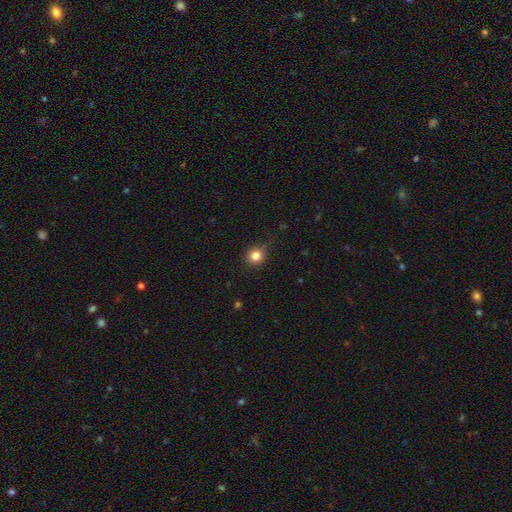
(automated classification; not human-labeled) smooth-or-featured: smooth: 82% | star or artifact: 12% | featured or disk: 5%
  how-rounded: round: 88% | in between: 11% | cigar-shaped: 1%
  merging: none: 80% | minor disturbance: 15% | major disturbance: 3% | merger: 1%